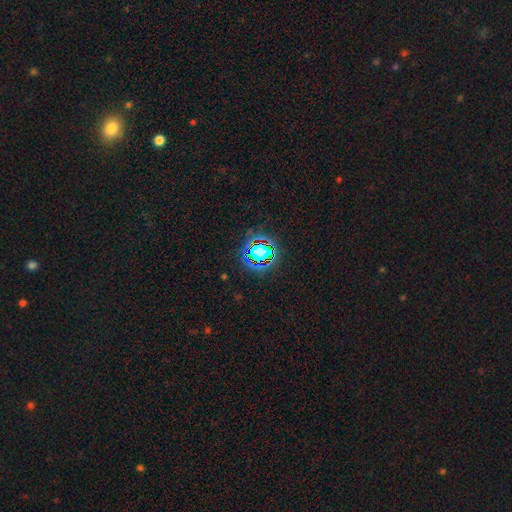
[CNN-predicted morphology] A star or artifact, not a galaxy (64%).

Vote fractions:
- Smooth or featured? star or artifact: 64% / smooth: 24% / featured or disk: 12%